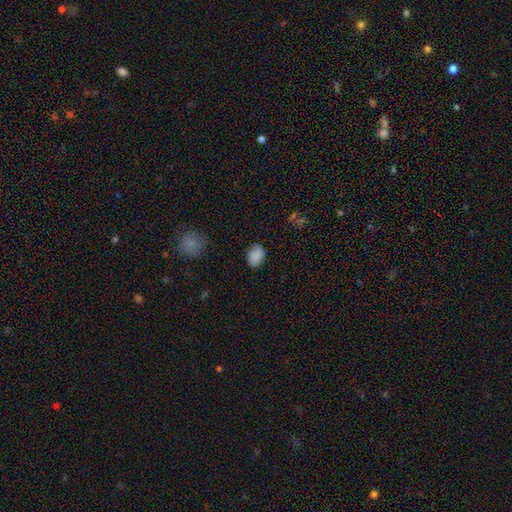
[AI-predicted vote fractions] The model was most divided on "how rounded": in between: 69%, round: 29%, cigar-shaped: 1%. More confident: smooth or featured — smooth (82%); merging — none (75%).